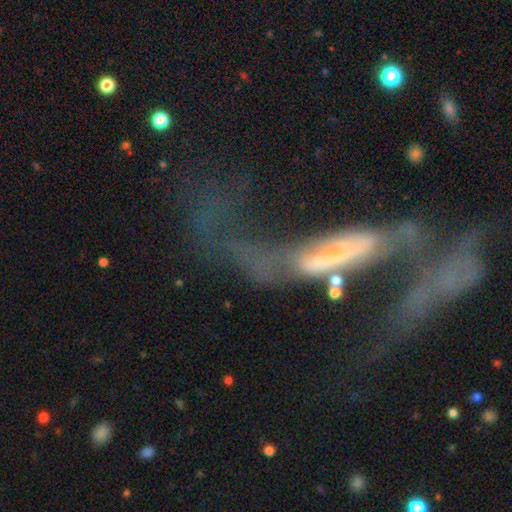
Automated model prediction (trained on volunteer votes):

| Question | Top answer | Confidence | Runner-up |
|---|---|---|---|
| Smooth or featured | featured or disk | 64% | smooth (23%) |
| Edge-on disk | no | 68% | yes (32%) |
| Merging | merger | 39% | major disturbance (35%) |